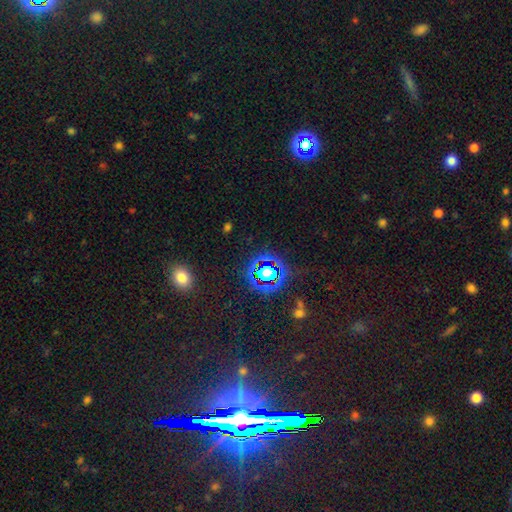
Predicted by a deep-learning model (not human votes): smooth_or_featured: star or artifact (p=0.75) [alt: smooth p=0.14]